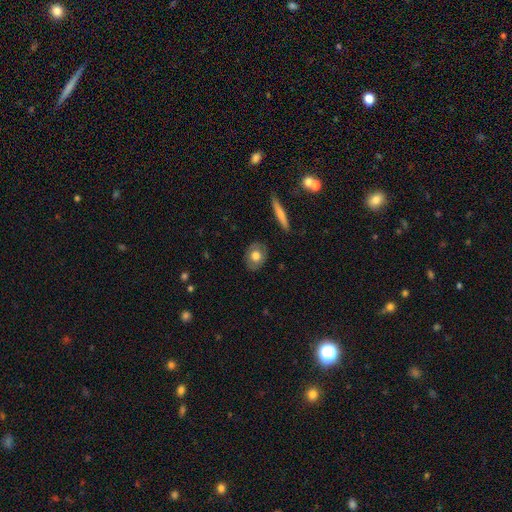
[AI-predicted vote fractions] Overall: smooth (64%; featured or disk 29%). How rounded: in between (50%; round 48%). Merging: none (85%).